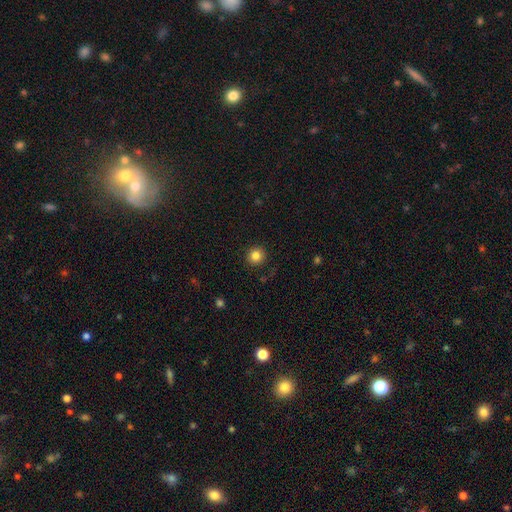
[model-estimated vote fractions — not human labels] Smooth or featured: smooth — 83% (star or artifact — 11%)
How rounded: round — 94% (in between — 5%)
Merging: none — 90% (minor disturbance — 6%)